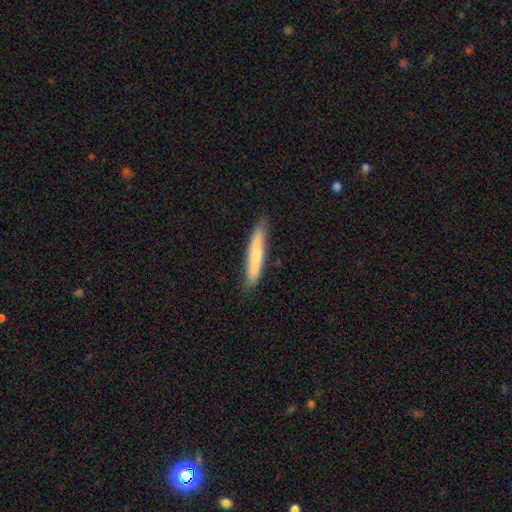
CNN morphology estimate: This is likely a smooth galaxy (64%). How rounded: clearly cigar-shaped (92%). Merging: clearly none (82%).